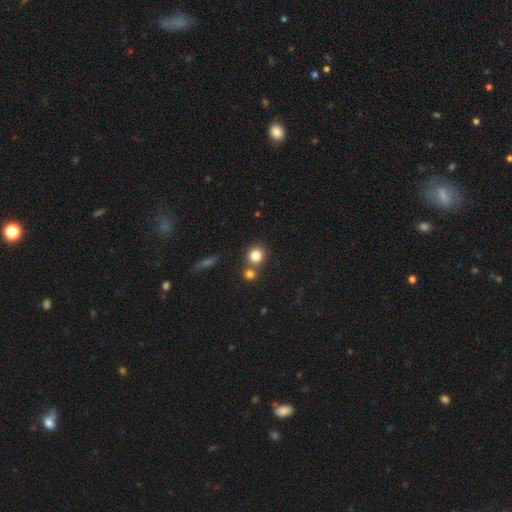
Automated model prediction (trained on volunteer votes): Q: Smooth or featured?
A: smooth (81%); runner-up: star or artifact (11%)
Q: How rounded?
A: round (82%); runner-up: in between (17%)
Q: Merging?
A: none (63%); runner-up: merger (26%)